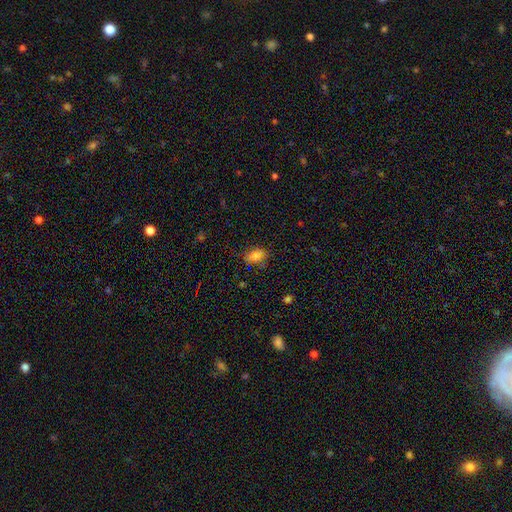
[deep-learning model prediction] Smooth or featured: smooth — 81% (star or artifact — 11%)
How rounded: in between — 86% (round — 11%)
Merging: none — 79% (minor disturbance — 16%)